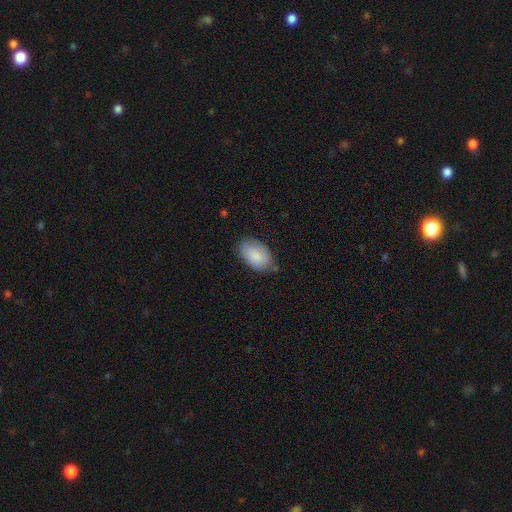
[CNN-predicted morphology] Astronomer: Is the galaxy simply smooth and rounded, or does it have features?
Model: smooth — 84%.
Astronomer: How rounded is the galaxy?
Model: in between — 94%.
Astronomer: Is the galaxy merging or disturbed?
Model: none — 70%.